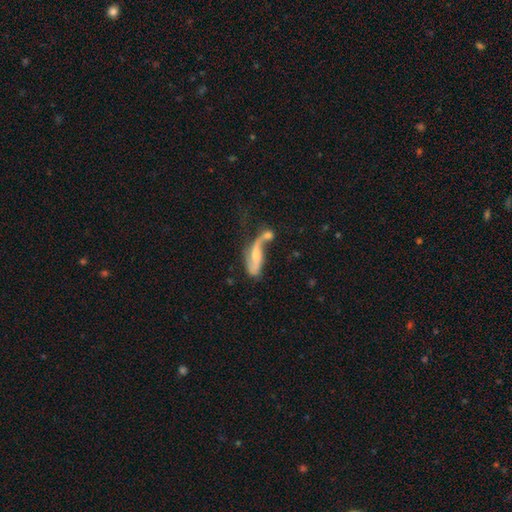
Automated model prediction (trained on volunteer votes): Smooth or featured: featured or disk — 63% (smooth — 29%)
Edge-on disk: no — 82% (yes — 18%)
Bar: no — 49% (weak — 35%)
Spiral arms: yes — 77% (no — 23%)
Bulge size: moderate — 47% (small — 35%)
Merging: merger — 47% (none — 22%)